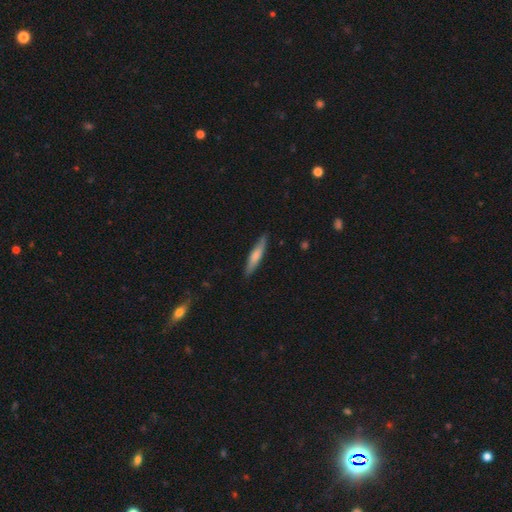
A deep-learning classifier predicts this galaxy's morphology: Overall: smooth (66%; featured or disk 29%). How rounded: cigar-shaped (88%). Merging: none (87%).